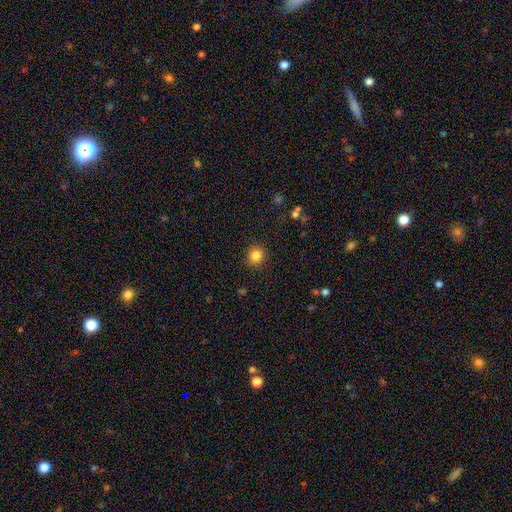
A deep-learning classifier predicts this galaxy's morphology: The model was most divided on "how rounded": round: 84%, in between: 15%, cigar-shaped: 1%. More confident: merging — none (90%); smooth or featured — smooth (84%).